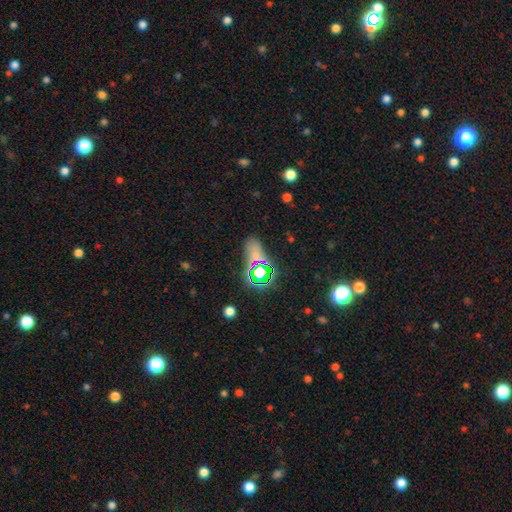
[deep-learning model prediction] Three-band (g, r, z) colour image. It shows a smooth galaxy with no disk features (47%). Merging: none (64%).